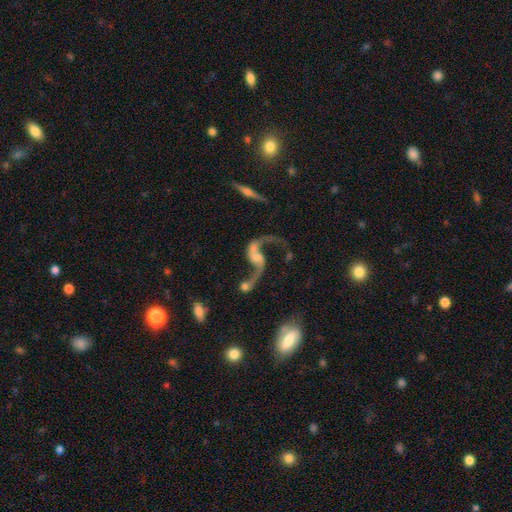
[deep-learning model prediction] This appears to be a featured or disk galaxy (88%) with no bar (51%), 2 (92%) loose (91%) spiral arms (95%) and a small central bulge (38%). Merging: none (47%).